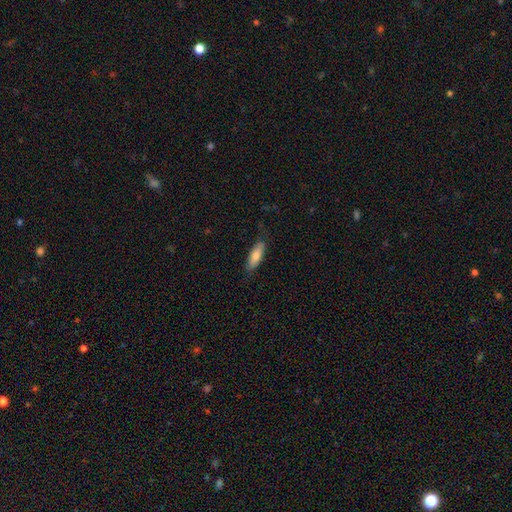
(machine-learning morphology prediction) smooth-or-featured: smooth: 77% | featured or disk: 17% | star or artifact: 6%
  how-rounded: cigar-shaped: 50% | in between: 48% | round: 2%
  merging: none: 83% | minor disturbance: 14% | major disturbance: 3% | merger: 1%